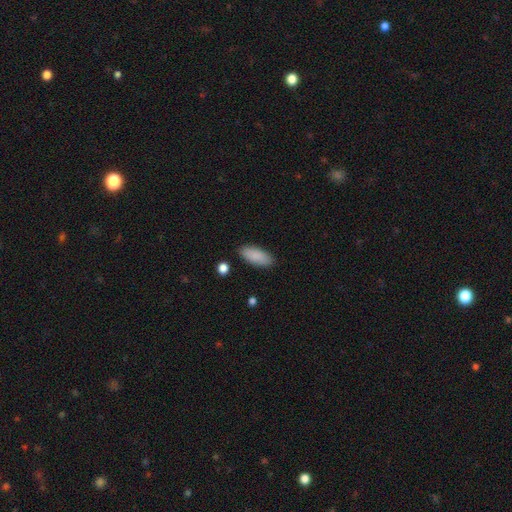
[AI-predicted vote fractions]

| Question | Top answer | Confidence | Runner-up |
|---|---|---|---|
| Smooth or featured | smooth | 89% | star or artifact (6%) |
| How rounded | in between | 81% | cigar-shaped (18%) |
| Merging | none | 87% | minor disturbance (10%) |